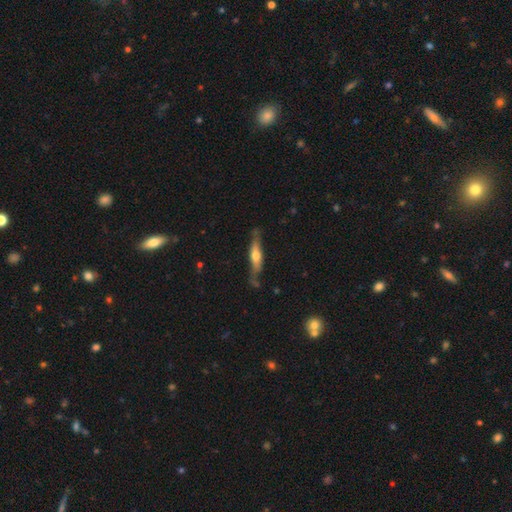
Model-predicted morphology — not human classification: Smooth or featured: featured or disk — 59% (smooth — 36%)
Edge-on disk: yes — 87% (no — 13%)
Edge-on bulge: rounded — 87% (boxy — 7%)
Merging: none — 71% (minor disturbance — 21%)